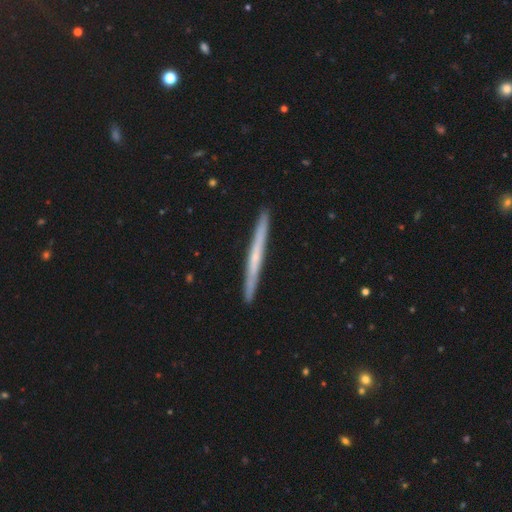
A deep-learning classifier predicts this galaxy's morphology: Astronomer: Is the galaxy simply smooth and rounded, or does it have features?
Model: featured or disk — 56% (runner-up: smooth, 38%).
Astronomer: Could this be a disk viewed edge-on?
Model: yes — 97%.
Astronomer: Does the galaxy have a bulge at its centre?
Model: none — 75%.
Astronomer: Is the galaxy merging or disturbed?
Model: none — 92%.